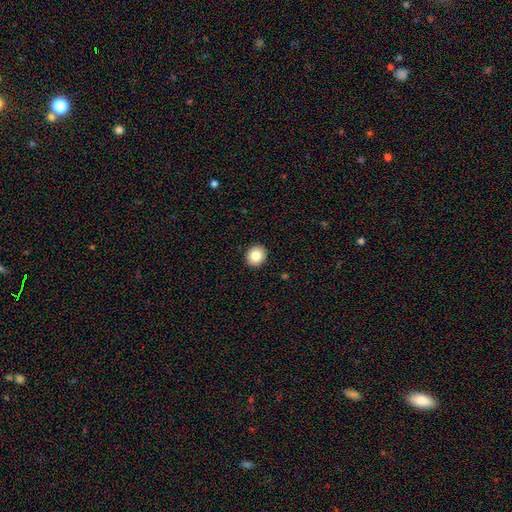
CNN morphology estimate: A smooth galaxy with no disk features (84%) that is round (83%). Merging: none (93%).